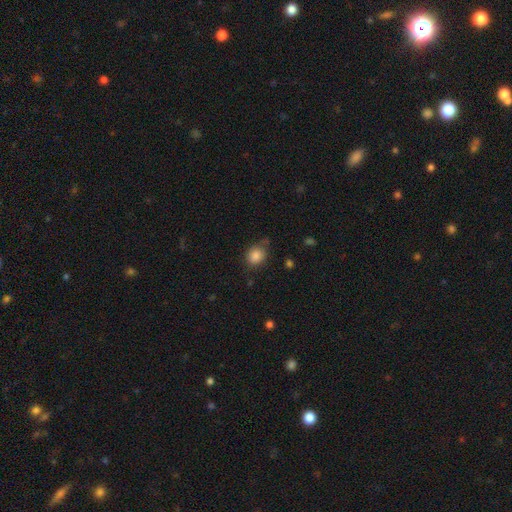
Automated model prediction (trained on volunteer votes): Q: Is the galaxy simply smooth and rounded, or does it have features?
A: smooth — 85%.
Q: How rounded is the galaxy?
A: round — 60%.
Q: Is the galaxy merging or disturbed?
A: none — 71%.